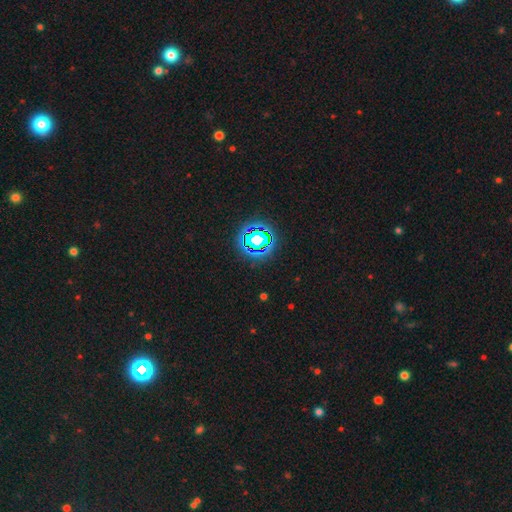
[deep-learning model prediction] A star or artifact, not a galaxy (77%).

Vote fractions:
- Smooth or featured? star or artifact: 77% / smooth: 15% / featured or disk: 7%